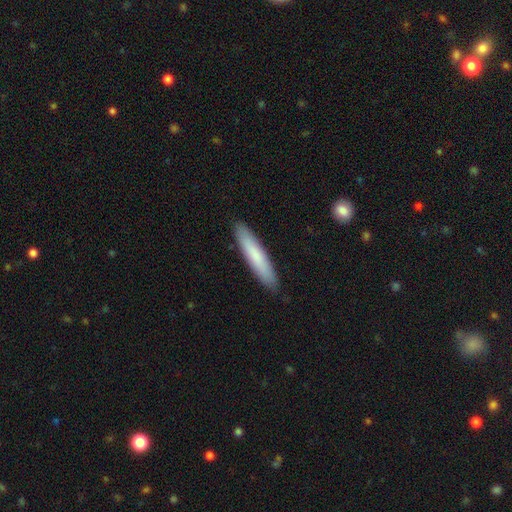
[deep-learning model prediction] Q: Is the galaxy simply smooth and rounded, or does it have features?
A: smooth — 78%.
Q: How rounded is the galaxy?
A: cigar-shaped — 87%.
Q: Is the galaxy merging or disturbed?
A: none — 89%.